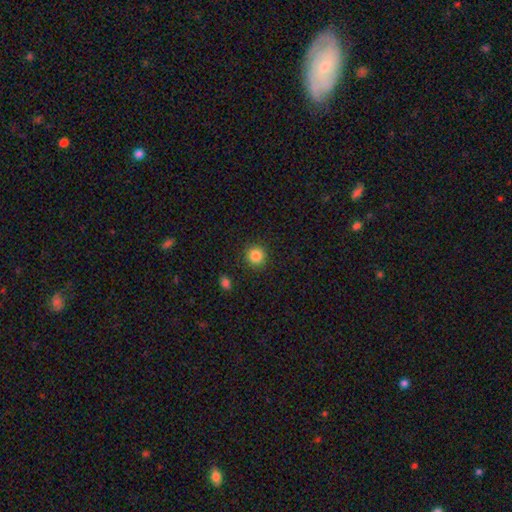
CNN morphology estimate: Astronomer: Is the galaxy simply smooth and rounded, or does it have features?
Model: smooth — 85%.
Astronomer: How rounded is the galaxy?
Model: round — 93%.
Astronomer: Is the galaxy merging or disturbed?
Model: none — 90%.